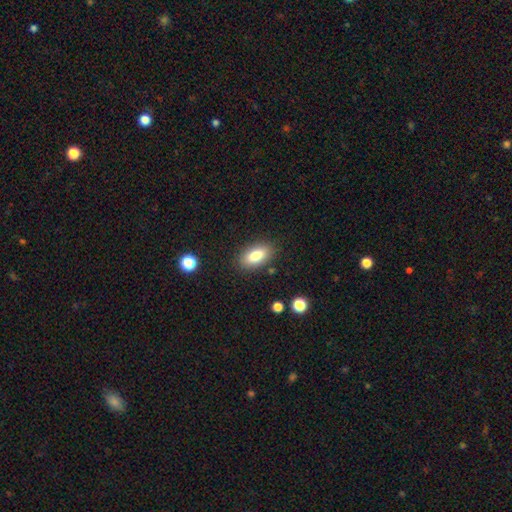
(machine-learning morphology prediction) This is clearly a smooth galaxy (83%). How rounded: clearly in between (90%). Merging: clearly none (85%).